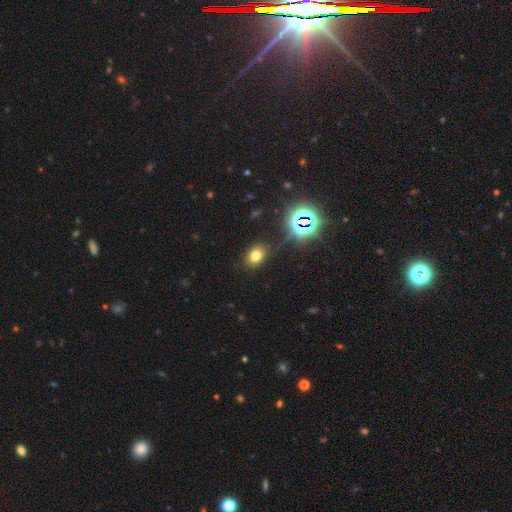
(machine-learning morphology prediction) type=smooth (68%); roundness=in between (66%); merging=none (81%).